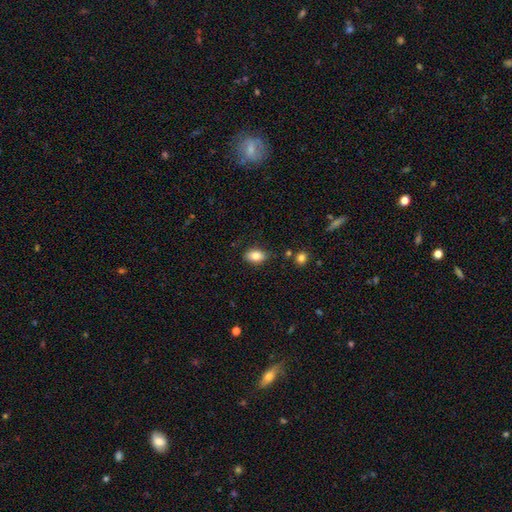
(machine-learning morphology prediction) smooth_or_featured: smooth (p=0.84) [alt: star or artifact p=0.08]
how_rounded: in between (p=0.89) [alt: round p=0.09]
merging: none (p=0.82) [alt: minor disturbance p=0.13]